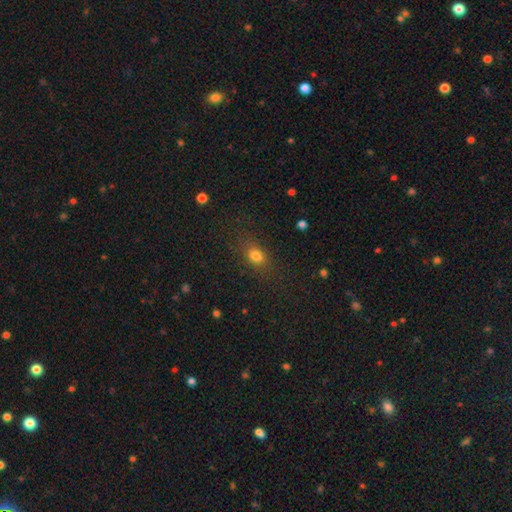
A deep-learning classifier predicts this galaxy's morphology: Q: Smooth or featured?
A: smooth (78%); runner-up: star or artifact (13%)
Q: How rounded?
A: in between (65%); runner-up: round (30%)
Q: Merging?
A: none (78%); runner-up: minor disturbance (13%)